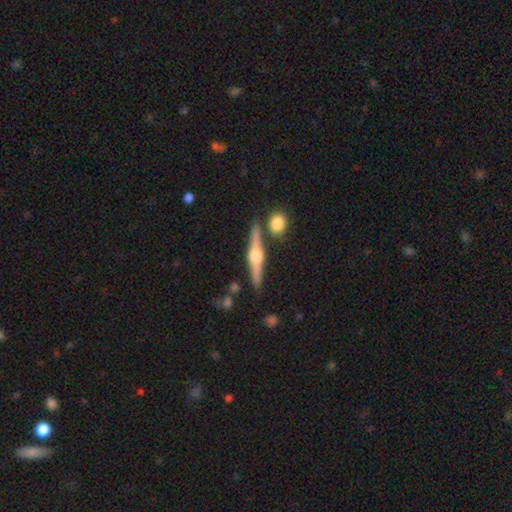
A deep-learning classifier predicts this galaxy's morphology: type=featured or disk (77%); edge-on=yes (98%); edge-on bulge=rounded (94%); merging=none (83%).